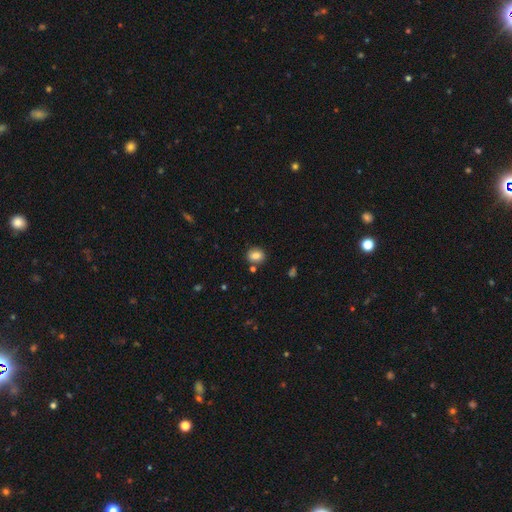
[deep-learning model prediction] smooth-or-featured: smooth: 82% | star or artifact: 10% | featured or disk: 8%
  how-rounded: round: 63% | in between: 36% | cigar-shaped: 1%
  merging: none: 82% | minor disturbance: 10% | merger: 6% | major disturbance: 2%